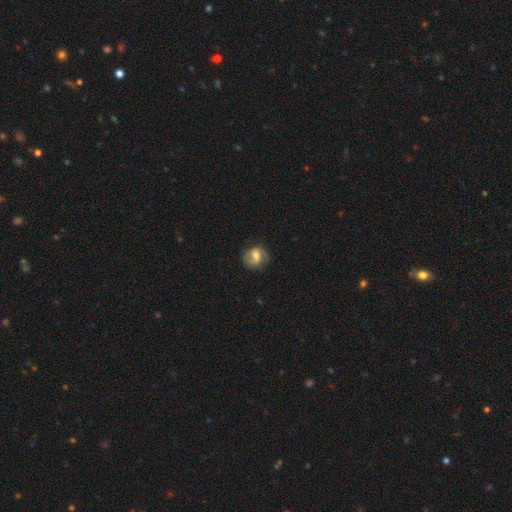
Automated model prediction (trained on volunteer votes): Smooth or featured?
  - smooth: 49% *
  - featured or disk: 43%
  - star or artifact: 8%
Merging?
  - none: 72% *
  - minor disturbance: 19%
  - major disturbance: 7%
  - merger: 1%